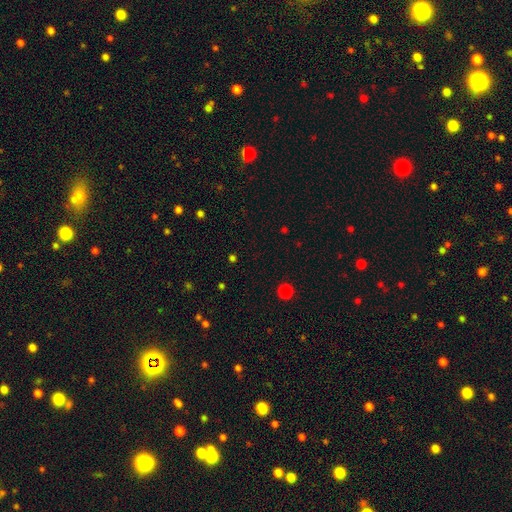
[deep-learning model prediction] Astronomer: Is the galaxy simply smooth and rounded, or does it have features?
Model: star or artifact — 53% (runner-up: smooth, 40%).